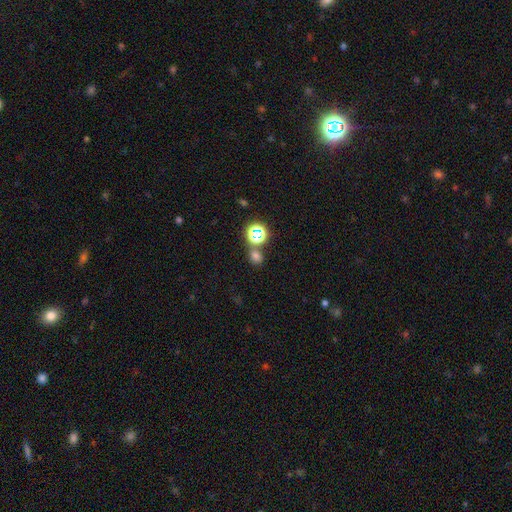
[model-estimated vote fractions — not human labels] smooth_or_featured: smooth (p=0.62) [alt: star or artifact p=0.32]
how_rounded: round (p=0.74) [alt: in between p=0.25]
merging: none (p=0.70) [alt: merger p=0.18]